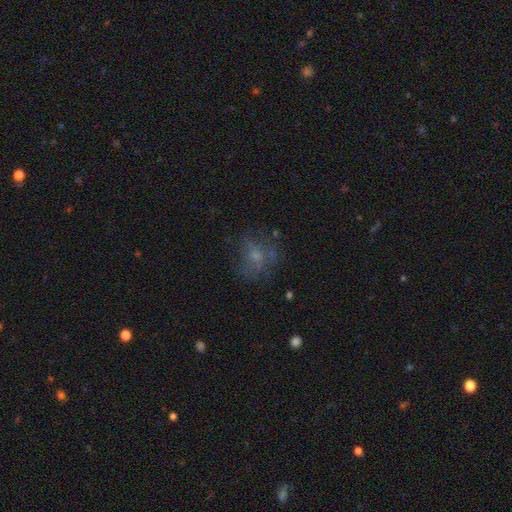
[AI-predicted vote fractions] A smooth galaxy with no disk features (46%). Merging: none (55%).